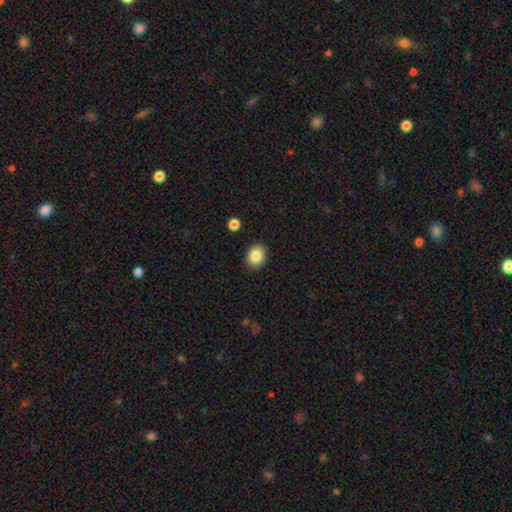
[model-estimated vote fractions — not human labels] smooth_or_featured: smooth (p=0.86) [alt: star or artifact p=0.09]
how_rounded: round (p=0.50) [tied with: in between p=0.50]
merging: none (p=0.88) [alt: minor disturbance p=0.08]